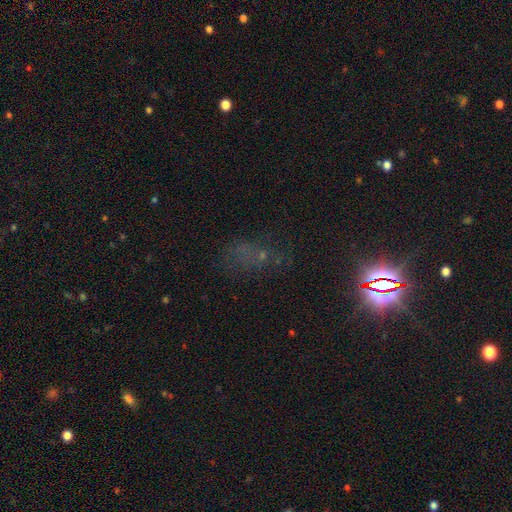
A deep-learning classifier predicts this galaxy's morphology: This is possibly a star or artifact rather than a galaxy (54%).